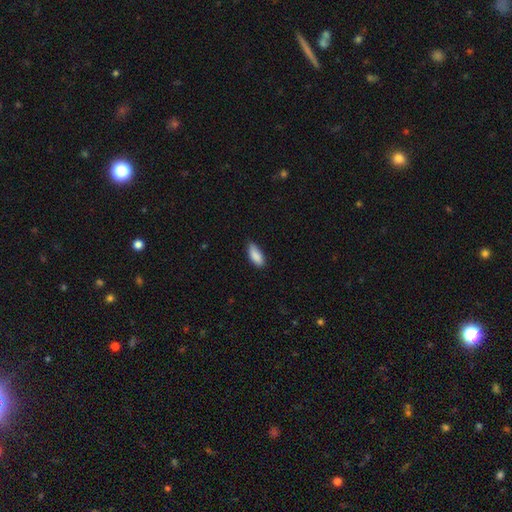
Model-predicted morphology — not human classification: Smooth or featured? Predicted: smooth (p=0.89). How rounded? Predicted: in between (p=0.82). Merging? Predicted: none (p=0.72).